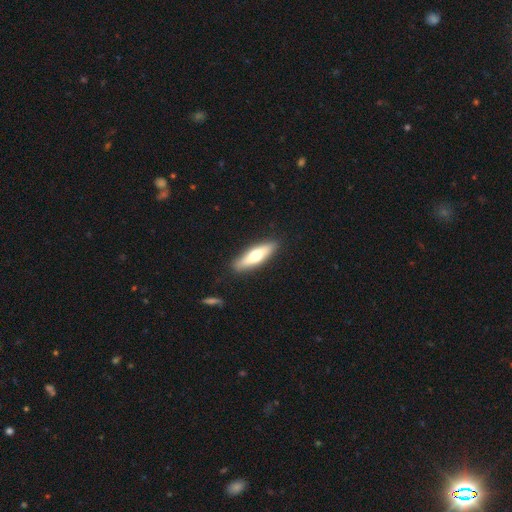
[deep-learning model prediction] This appears to be a smooth galaxy with no disk features (57%) that is cigar-shaped (61%). Merging: none (88%).